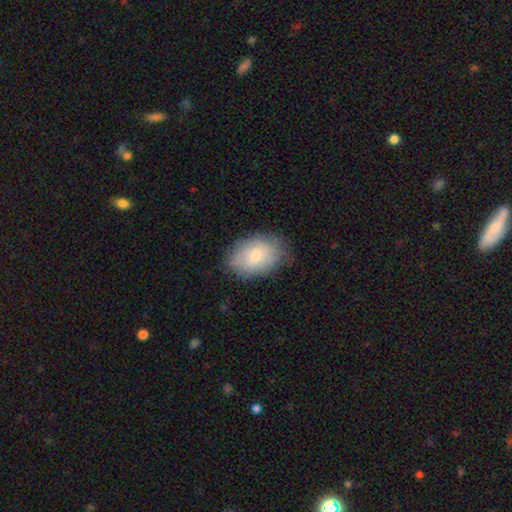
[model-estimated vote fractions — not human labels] Smooth or featured? Predicted: smooth (p=0.69). How rounded? Predicted: in between (p=0.85). Merging? Predicted: none (p=0.72).